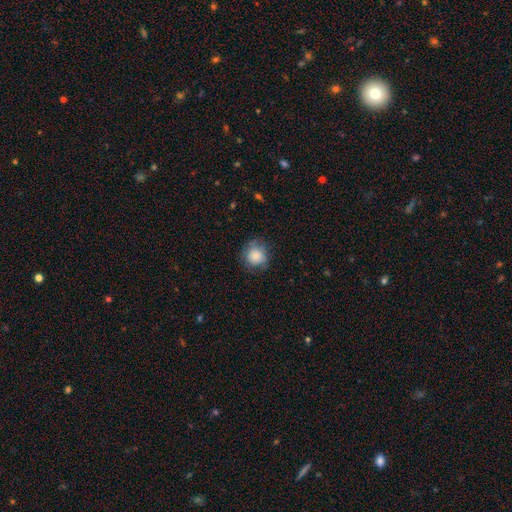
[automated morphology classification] A smooth galaxy with no disk features (82%) that is round (88%).

Vote fractions:
- Smooth or featured? smooth: 82% / star or artifact: 9% / featured or disk: 9%
- How rounded? round: 88% / in between: 11% / cigar-shaped: 1%
- Merging? none: 73% / minor disturbance: 19% / major disturbance: 6% / merger: 1%